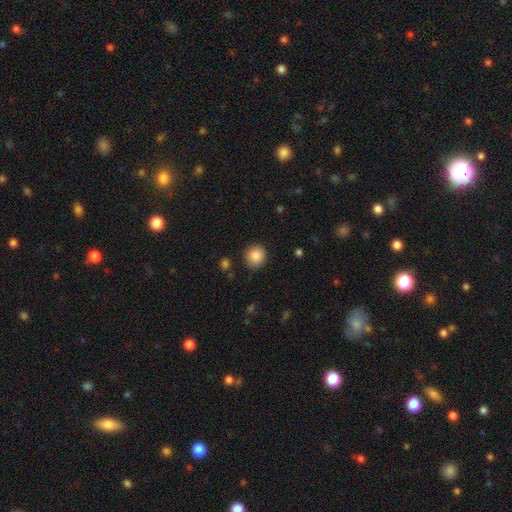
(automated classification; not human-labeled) Smooth or featured?
  - smooth: 88% *
  - star or artifact: 9%
  - featured or disk: 4%
How rounded?
  - round: 87% *
  - in between: 12%
  - cigar-shaped: 1%
Merging?
  - none: 87% *
  - minor disturbance: 9%
  - major disturbance: 3%
  - merger: 1%